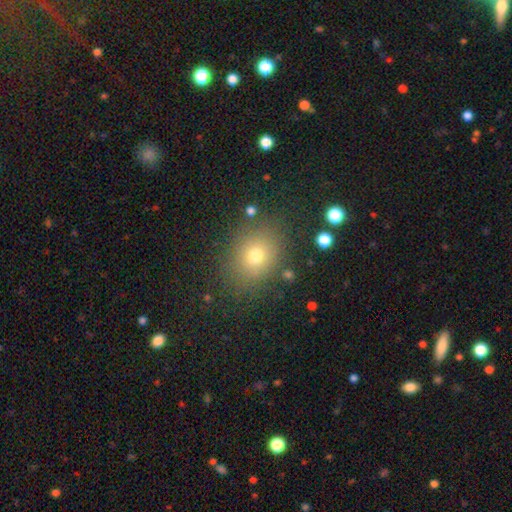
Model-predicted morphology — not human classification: Smooth or featured? Predicted: smooth (p=0.71). How rounded? Predicted: round (p=0.54). Merging? Predicted: none (p=0.83).